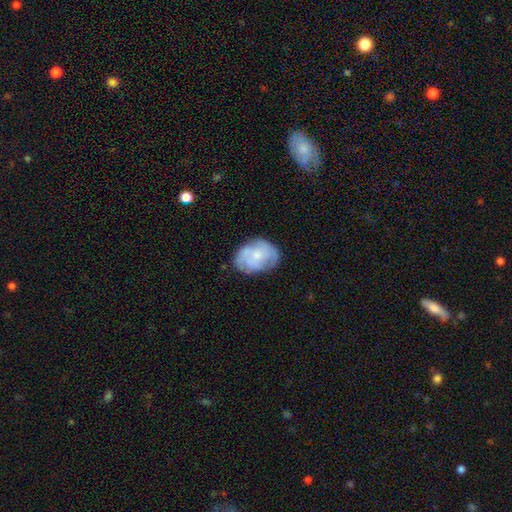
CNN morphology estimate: Smooth or featured? smooth (47%)
Merging? none (65%)